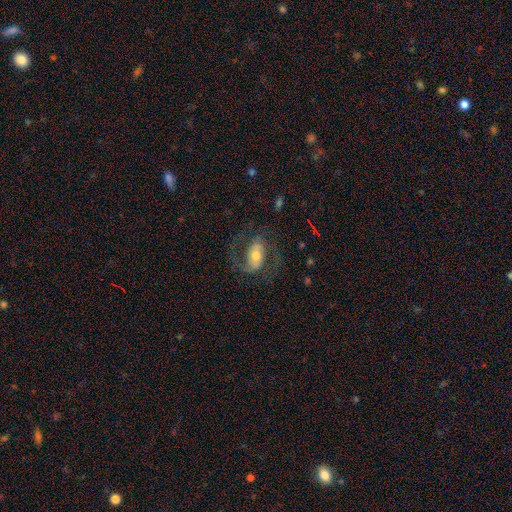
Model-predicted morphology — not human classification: type=featured or disk (78%); edge-on=no (96%); bar=weak (37%); spiral arms=yes (91%); winding=medium (56%); arm count=2 (87%); bulge=moderate (60%); merging=none (68%).